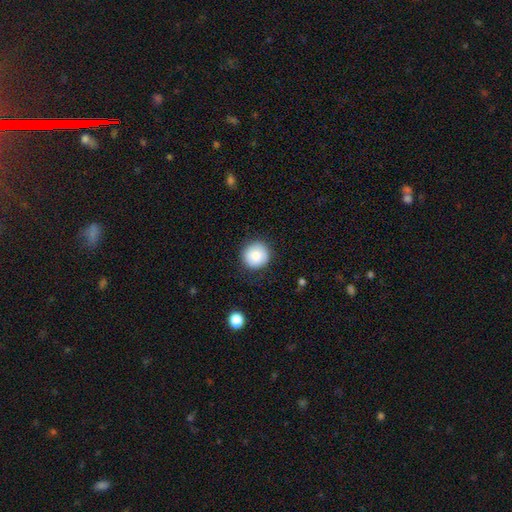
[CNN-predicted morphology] A smooth galaxy with no disk features (86%) that is round (94%).

Vote fractions:
- Smooth or featured? smooth: 86% / star or artifact: 8% / featured or disk: 6%
- How rounded? round: 94% / in between: 5% / cigar-shaped: 1%
- Merging? none: 88% / minor disturbance: 9% / major disturbance: 2% / merger: 1%